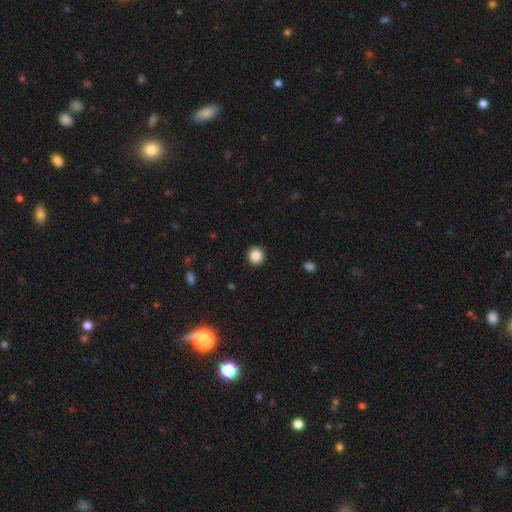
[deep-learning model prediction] Overall: smooth (88%). How rounded: round (94%). Merging: none (92%).